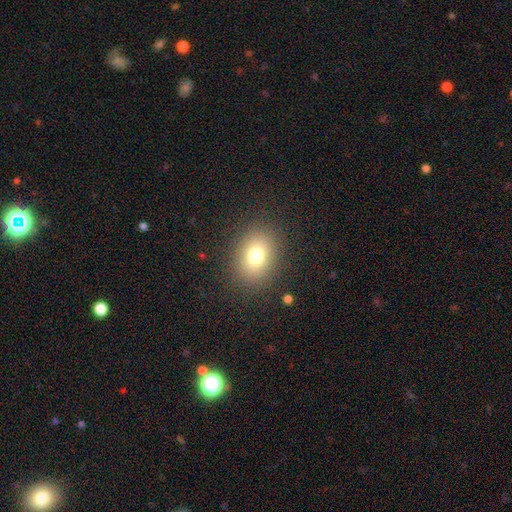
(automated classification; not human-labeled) This appears to be a smooth galaxy with no disk features (76%) that is in between round and cigar-shaped (58%). Merging: none (86%).